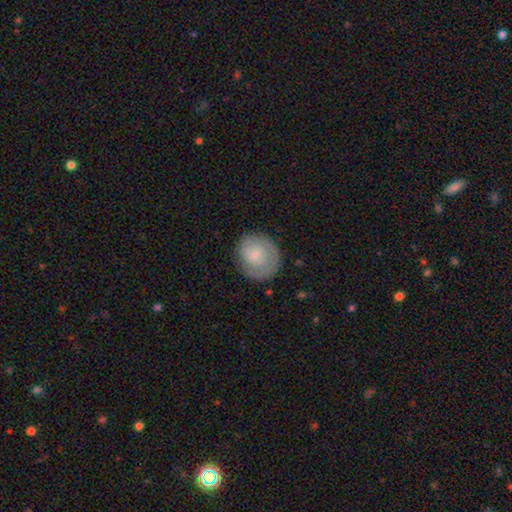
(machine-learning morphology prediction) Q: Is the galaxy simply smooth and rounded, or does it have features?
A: featured or disk — 48%.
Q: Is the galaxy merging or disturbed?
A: none — 73%.